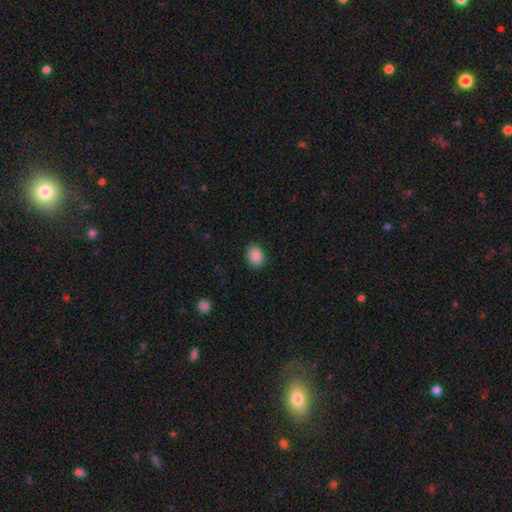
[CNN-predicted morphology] A smooth galaxy with no disk features (89%) that is in between round and cigar-shaped (71%).

Vote fractions:
- Smooth or featured? smooth: 89% / star or artifact: 8% / featured or disk: 3%
- How rounded? in between: 71% / round: 28% / cigar-shaped: 1%
- Merging? none: 82% / minor disturbance: 14% / major disturbance: 3% / merger: 1%